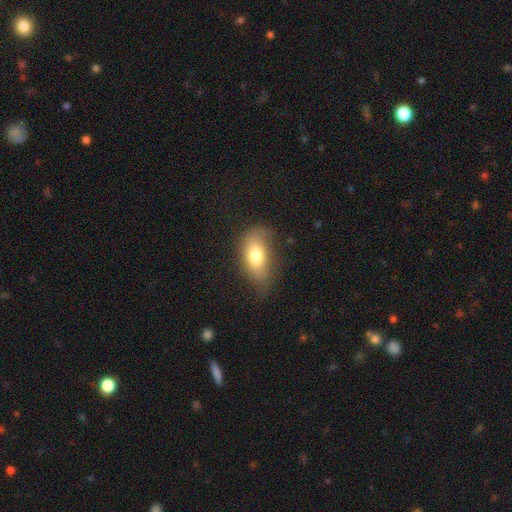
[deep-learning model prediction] Smooth or featured? smooth (73%)
How rounded? in between (87%)
Merging? none (55%)